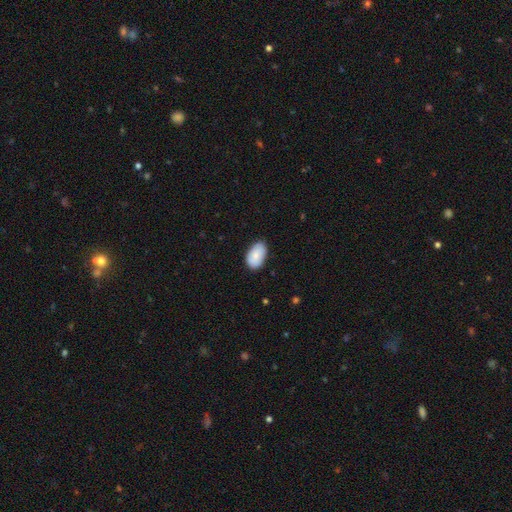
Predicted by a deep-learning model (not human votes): A smooth galaxy with no disk features (84%) that is in between round and cigar-shaped (94%).

Vote fractions:
- Smooth or featured? smooth: 84% / featured or disk: 9% / star or artifact: 6%
- How rounded? in between: 94% / round: 5% / cigar-shaped: 1%
- Merging? none: 78% / minor disturbance: 18% / major disturbance: 3% / merger: 1%